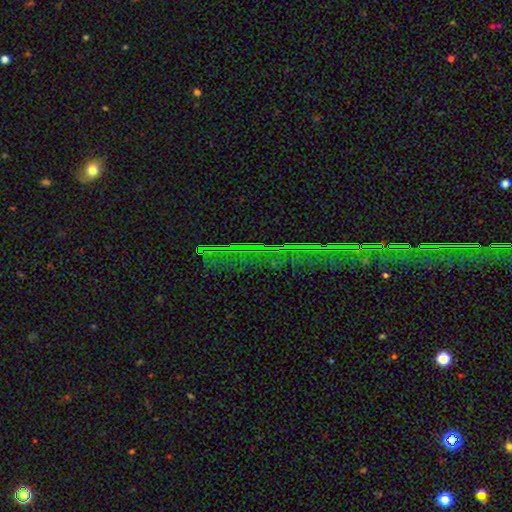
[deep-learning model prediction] smooth-or-featured: star or artifact: 81% | featured or disk: 10% | smooth: 9%